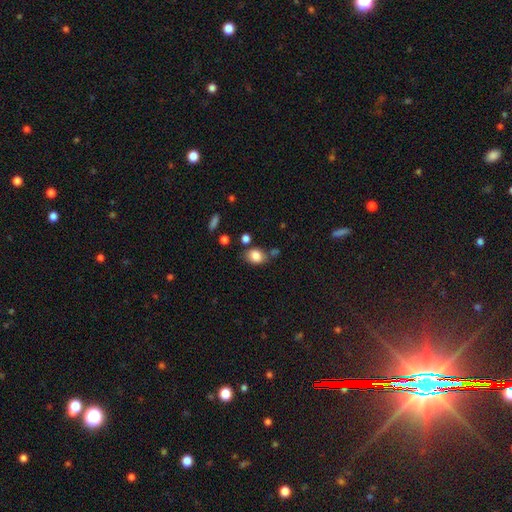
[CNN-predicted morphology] Smooth or featured?
  - smooth: 84% *
  - star or artifact: 9%
  - featured or disk: 7%
How rounded?
  - in between: 63% *
  - round: 35%
  - cigar-shaped: 1%
Merging?
  - none: 66% *
  - minor disturbance: 18%
  - merger: 10%
  - major disturbance: 5%